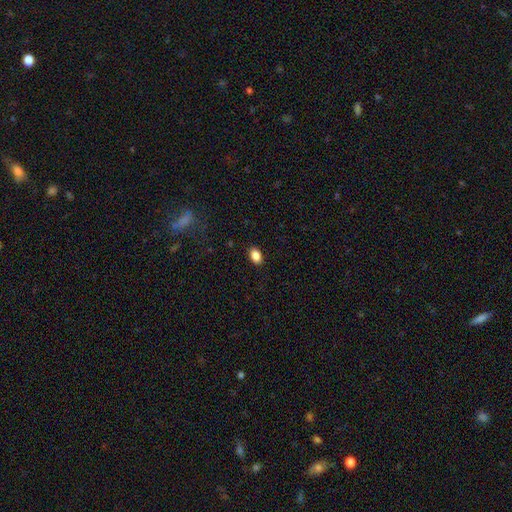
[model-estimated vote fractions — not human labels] Morphology: type=smooth (87%); roundness=in between (83%); merging=none (88%).